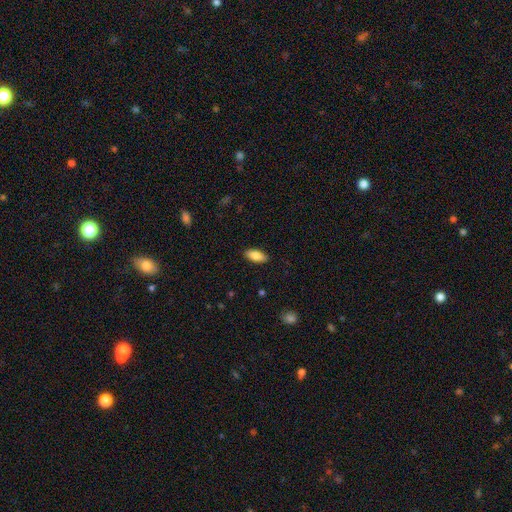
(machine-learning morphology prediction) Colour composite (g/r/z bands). It shows a smooth galaxy with no disk features (81%) that is in between round and cigar-shaped (85%). Merging: none (89%).